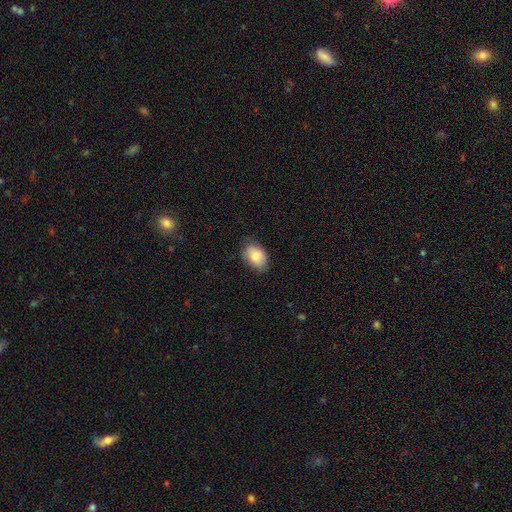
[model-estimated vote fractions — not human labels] Overall: smooth (79%). How rounded: in between (83%). Merging: none (76%).